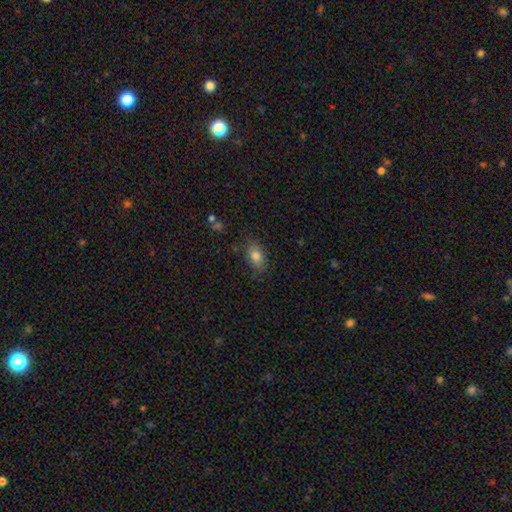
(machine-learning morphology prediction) Q: Smooth or featured?
A: smooth (80%); runner-up: featured or disk (11%)
Q: How rounded?
A: in between (87%); runner-up: round (9%)
Q: Merging?
A: none (79%); runner-up: minor disturbance (16%)